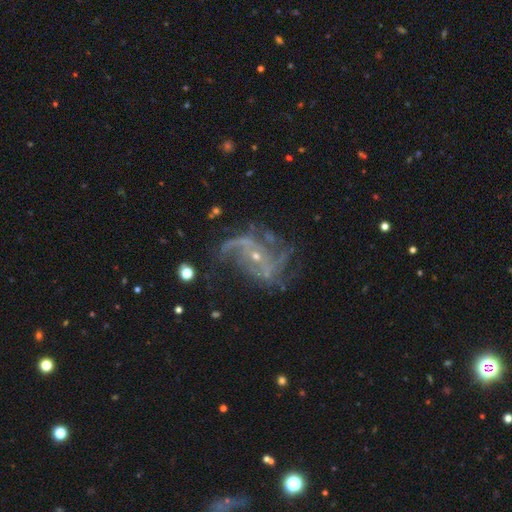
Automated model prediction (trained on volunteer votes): A featured or disk galaxy (84%) with no bar (56%), 2 (40%) loose (56%) spiral arms (91%) and a small central bulge (79%). Merging: none (52%).